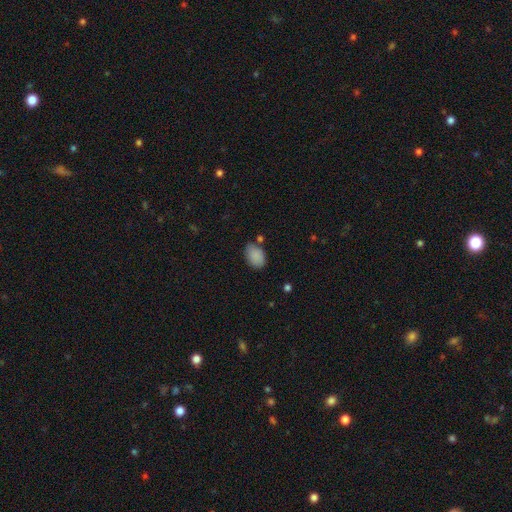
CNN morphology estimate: Smooth or featured?
  - smooth: 88% *
  - star or artifact: 8%
  - featured or disk: 5%
How rounded?
  - in between: 85% *
  - round: 14%
  - cigar-shaped: 1%
Merging?
  - none: 70% *
  - minor disturbance: 20%
  - merger: 6%
  - major disturbance: 5%